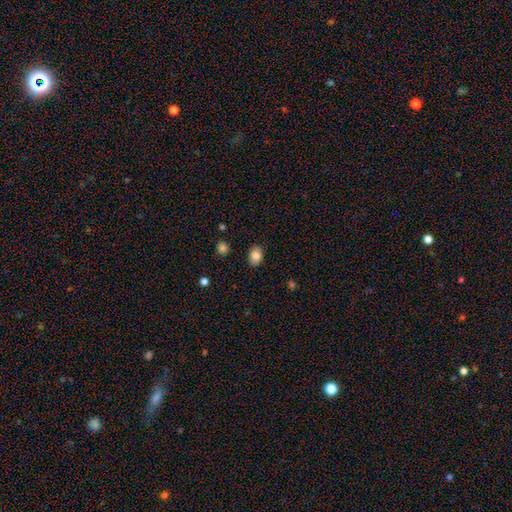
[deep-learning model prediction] The model was most divided on "how rounded": in between: 71%, round: 28%, cigar-shaped: 1%. More confident: merging — none (84%); smooth or featured — smooth (84%).